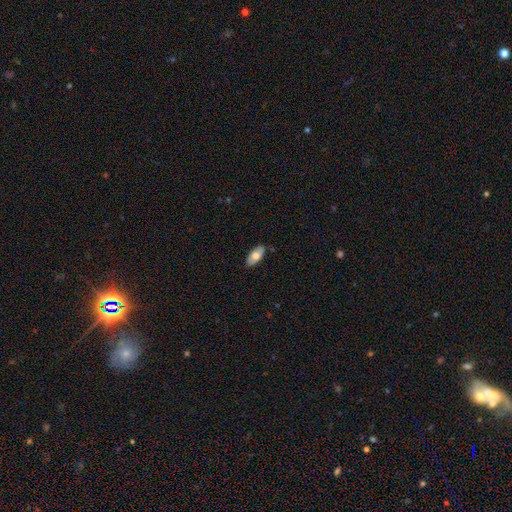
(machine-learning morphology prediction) Q: Smooth or featured?
A: smooth (68%); runner-up: featured or disk (26%)
Q: How rounded?
A: in between (91%); runner-up: cigar-shaped (7%)
Q: Merging?
A: none (84%); runner-up: minor disturbance (12%)